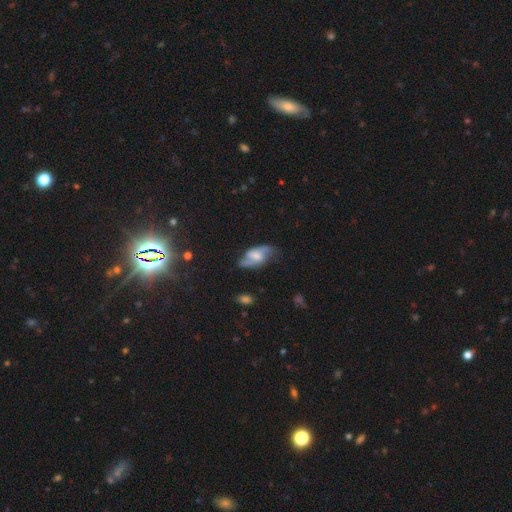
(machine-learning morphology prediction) type=featured or disk (66%); edge-on=no (93%); bar=weak (49%); spiral arms=yes (87%); winding=loose (48%); arm count=2 (84%); bulge=moderate (44%); merging=none (62%).